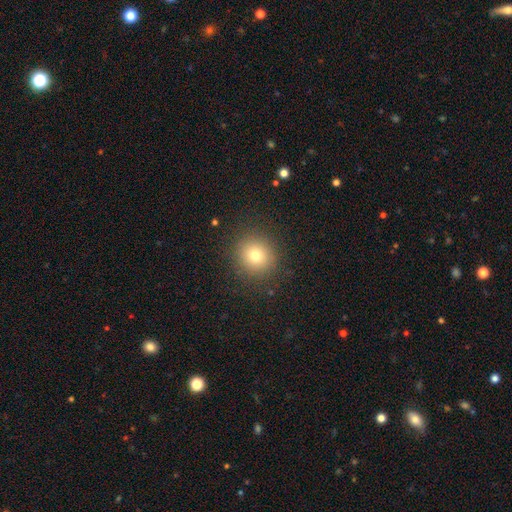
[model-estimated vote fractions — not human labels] The model was most divided on "smooth or featured": smooth: 74%, star or artifact: 17%, featured or disk: 9%. More confident: how rounded — round (92%); merging — none (91%).